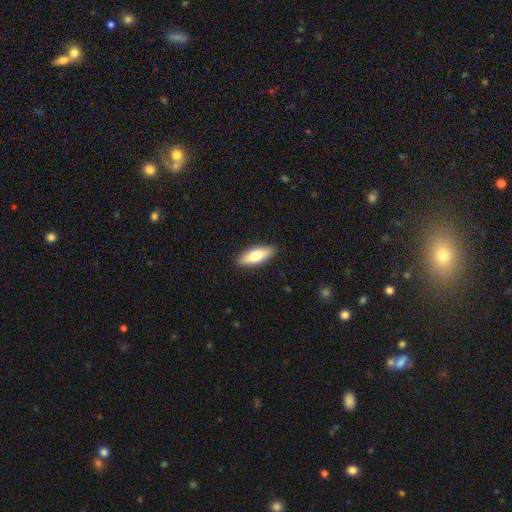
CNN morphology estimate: Q: Smooth or featured?
A: smooth (72%); runner-up: featured or disk (22%)
Q: How rounded?
A: in between (66%); runner-up: cigar-shaped (32%)
Q: Merging?
A: none (89%); runner-up: minor disturbance (8%)